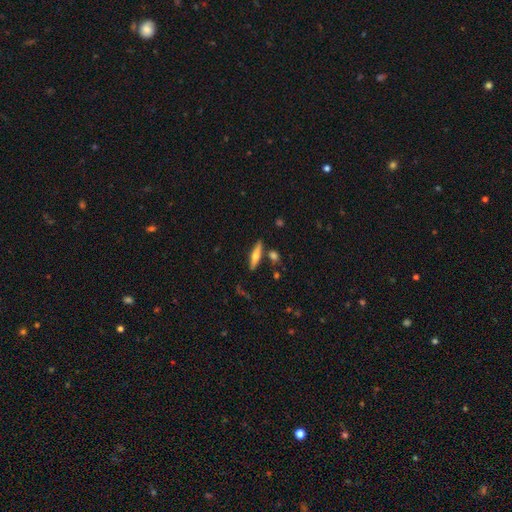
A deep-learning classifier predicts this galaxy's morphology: The model was most divided on "smooth or featured": smooth: 48%, featured or disk: 46%, star or artifact: 7%. More confident: merging — none (80%).